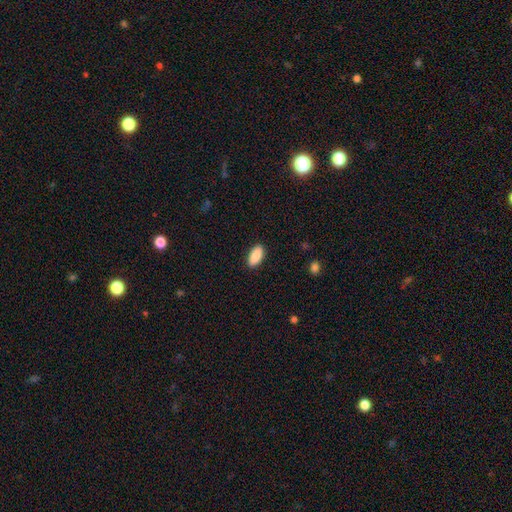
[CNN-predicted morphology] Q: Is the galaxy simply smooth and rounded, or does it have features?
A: smooth — 89%.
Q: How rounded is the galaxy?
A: in between — 91%.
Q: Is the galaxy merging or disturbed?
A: none — 89%.